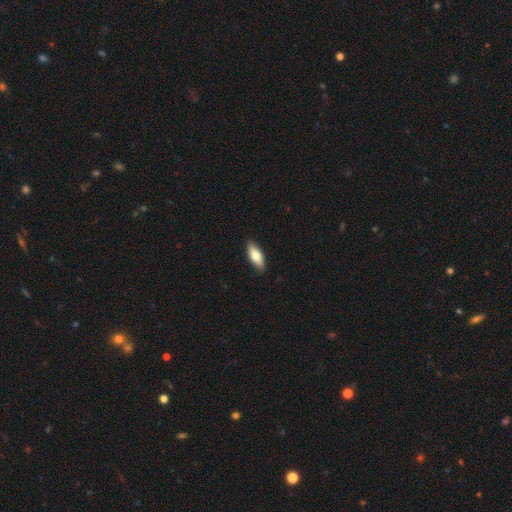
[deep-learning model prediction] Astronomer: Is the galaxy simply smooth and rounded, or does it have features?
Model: smooth — 77%.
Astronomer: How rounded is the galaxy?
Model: in between — 75%.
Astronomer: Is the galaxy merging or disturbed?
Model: none — 88%.